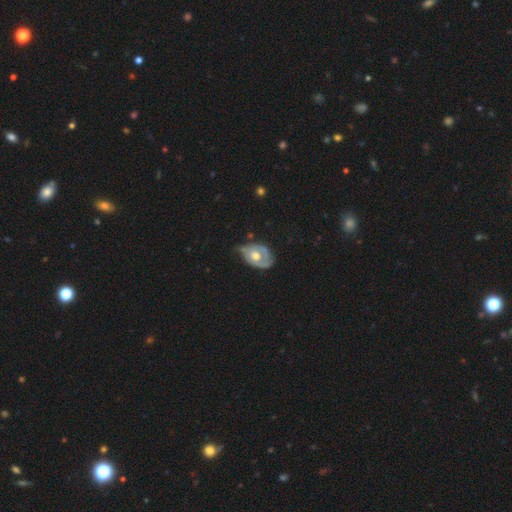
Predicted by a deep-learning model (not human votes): Overall: featured or disk (72%). Edge-on disk: no (96%). Bar: no (77%). Spiral arms: yes (75%). Spiral arm count: 2 (41%; 1 32%). Spiral winding: tight (57%; medium 30%). Bulge size: moderate (70%). Merging: none (45%; minor disturbance 35%).